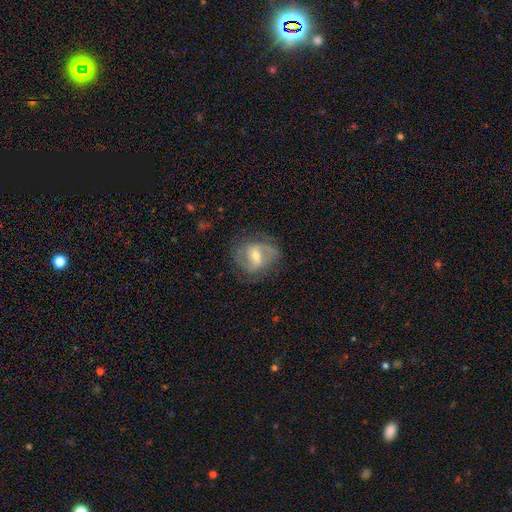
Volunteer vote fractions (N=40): A featured or disk galaxy (80%) with a weak bar (58%), 2 (62%) loose (50%) spiral arms (84%) and a moderate central bulge (52%). Merging: none (59%).